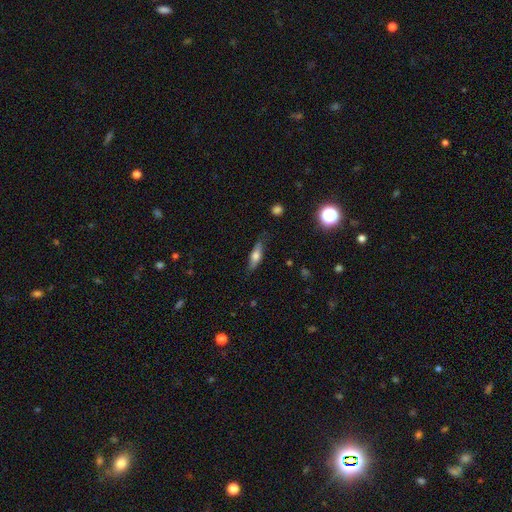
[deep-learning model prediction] smooth-or-featured: smooth: 61% | featured or disk: 32% | star or artifact: 7%
  how-rounded: in between: 51% | cigar-shaped: 46% | round: 3%
  merging: none: 76% | minor disturbance: 18% | major disturbance: 4% | merger: 1%